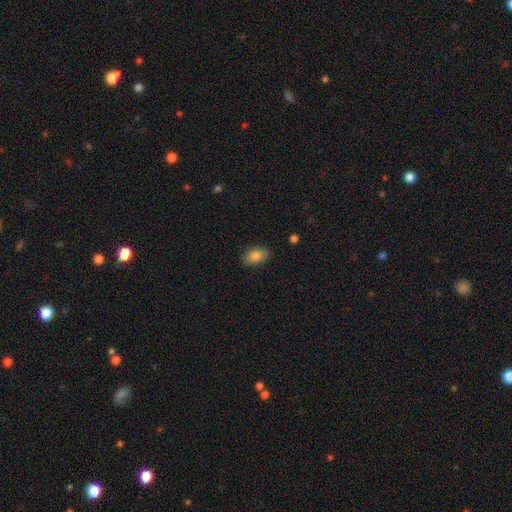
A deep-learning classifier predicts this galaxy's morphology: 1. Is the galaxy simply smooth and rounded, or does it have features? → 81% smooth, 11% featured or disk, 8% star or artifact.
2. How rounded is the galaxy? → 89% in between, 9% round, 2% cigar-shaped.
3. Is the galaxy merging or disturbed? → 86% none, 11% minor disturbance, 2% major disturbance, 1% merger.